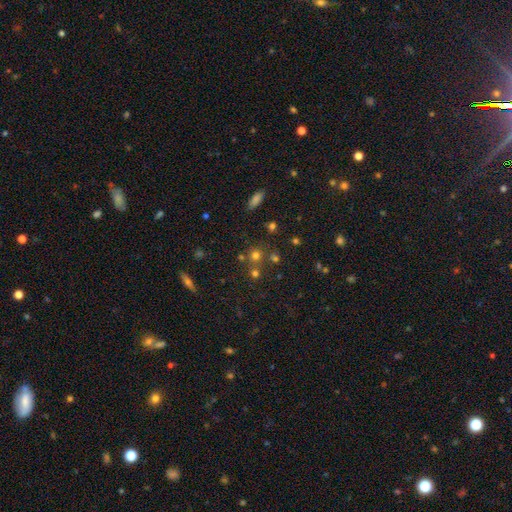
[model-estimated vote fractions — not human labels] Smooth or featured? Predicted: smooth (p=0.62). How rounded? Predicted: round (p=0.89). Merging? Predicted: none (p=0.69).